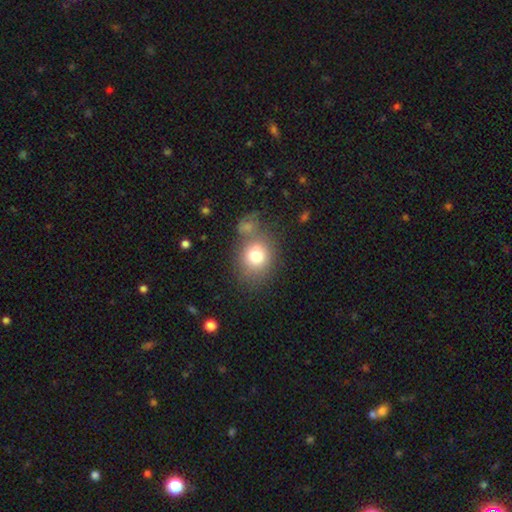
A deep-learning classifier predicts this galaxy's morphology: A smooth galaxy with no disk features (77%) that is round (67%).

Vote fractions:
- Smooth or featured? smooth: 77% / featured or disk: 13% / star or artifact: 10%
- How rounded? round: 67% / in between: 33% / cigar-shaped: 1%
- Merging? none: 56% / merger: 22% / minor disturbance: 15% / major disturbance: 8%